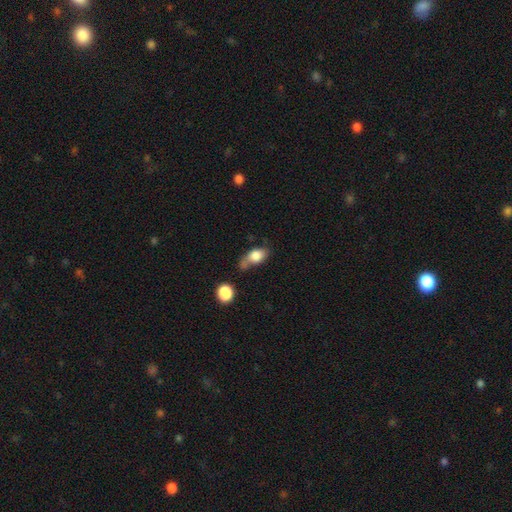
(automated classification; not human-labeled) This is likely a smooth galaxy (78%). How rounded: likely in between (78%). Merging: marginally none (37%).